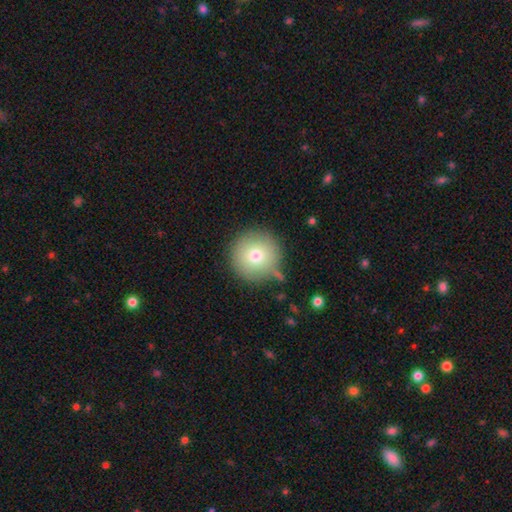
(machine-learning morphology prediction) smooth 75%, featured or disk 14%, star or artifact 11%. Down the decision tree: how rounded — round (96%); merging — none (81%).